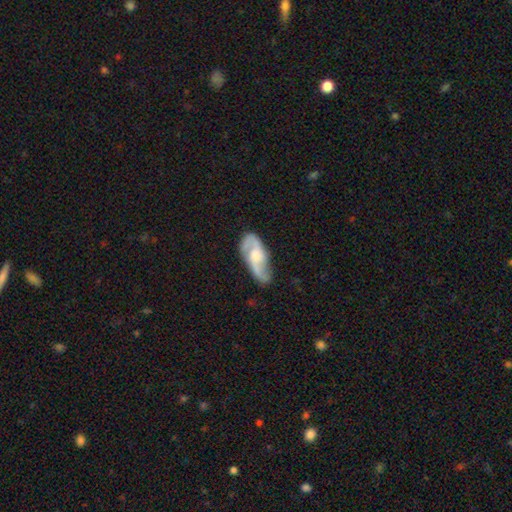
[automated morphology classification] type=featured or disk (81%); edge-on=no (93%); bar=no (56%); spiral arms=yes (96%); winding=medium (47%); arm count=2 (89%); bulge=moderate (47%); merging=none (73%).